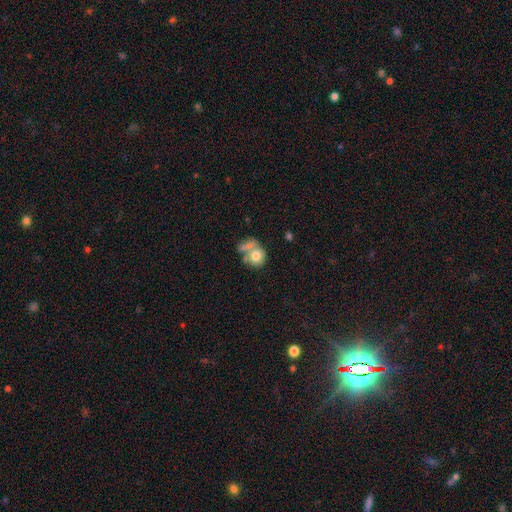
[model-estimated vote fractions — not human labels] The model was most divided on "merging": merger: 44%, none: 29%, minor disturbance: 14%, major disturbance: 13%. More confident: smooth or featured — smooth (67%); how rounded — round (66%).